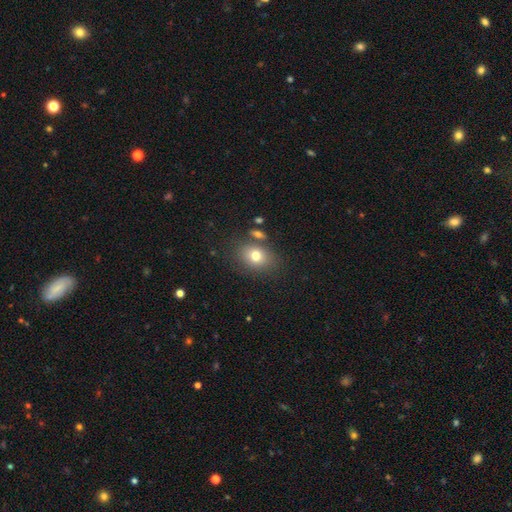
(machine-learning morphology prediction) This appears to be a smooth galaxy with no disk features (75%) that is in between round and cigar-shaped (58%). Merging: none (72%).